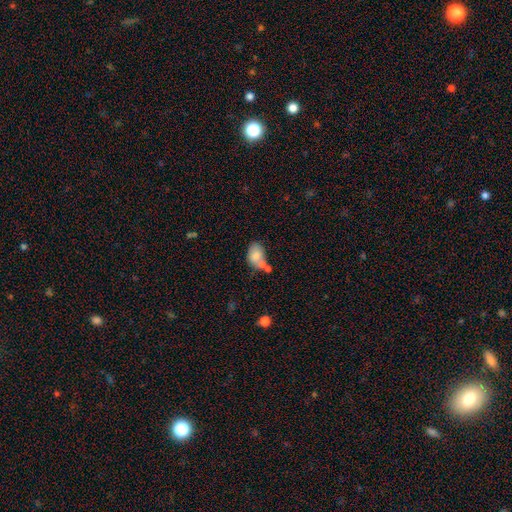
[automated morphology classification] A smooth galaxy with no disk features (77%) that is in between round and cigar-shaped (82%). Merging: none (42%).